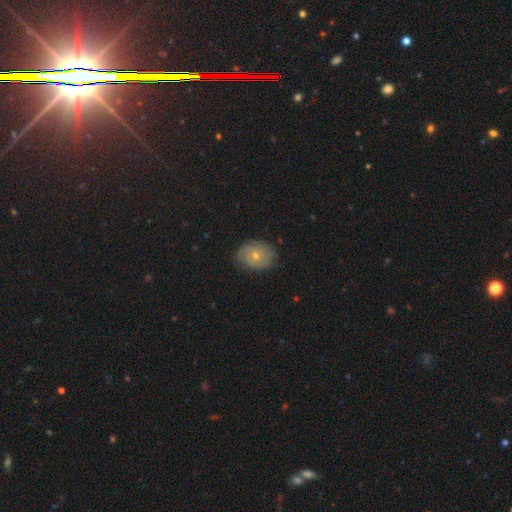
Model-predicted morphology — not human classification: Overall: smooth (52%; featured or disk 40%). How rounded: in between (54%; round 45%). Merging: none (74%).